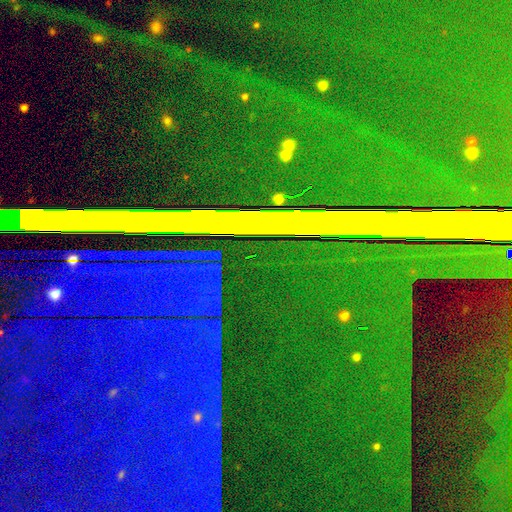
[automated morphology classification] type=star or artifact (89%).